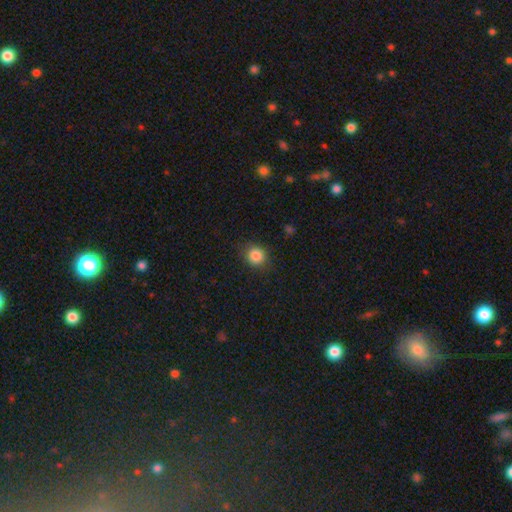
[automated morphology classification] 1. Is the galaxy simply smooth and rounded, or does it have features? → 86% smooth, 10% star or artifact, 4% featured or disk.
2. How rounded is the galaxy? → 79% round, 20% in between, 1% cigar-shaped.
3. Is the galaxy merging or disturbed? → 85% none, 11% minor disturbance, 3% major disturbance, 1% merger.